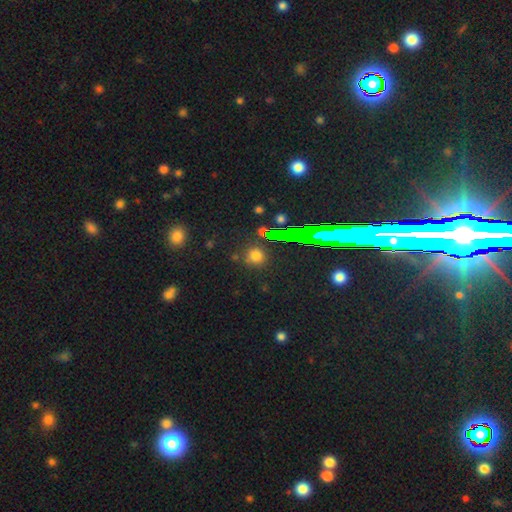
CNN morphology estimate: A smooth galaxy with no disk features (69%) that is round (90%). Merging: none (84%).